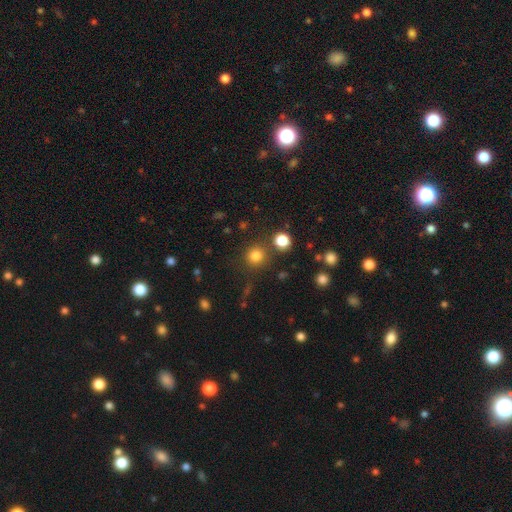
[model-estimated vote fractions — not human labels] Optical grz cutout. It shows a smooth galaxy with no disk features (80%) that is round (93%). Merging: none (82%).